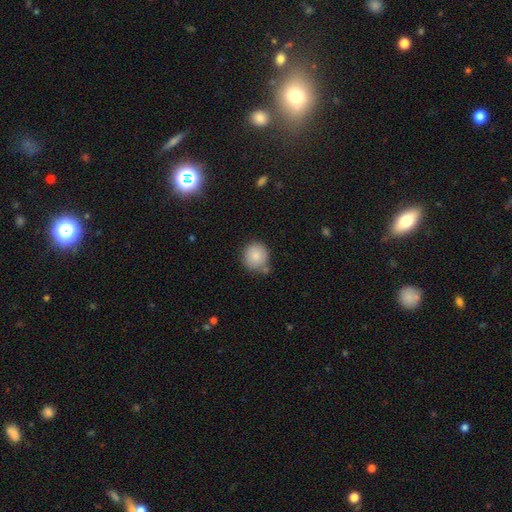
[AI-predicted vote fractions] Smooth or featured?
  - smooth: 84% *
  - star or artifact: 8%
  - featured or disk: 8%
How rounded?
  - round: 91% *
  - in between: 8%
  - cigar-shaped: 1%
Merging?
  - none: 68% *
  - minor disturbance: 16%
  - merger: 11%
  - major disturbance: 4%